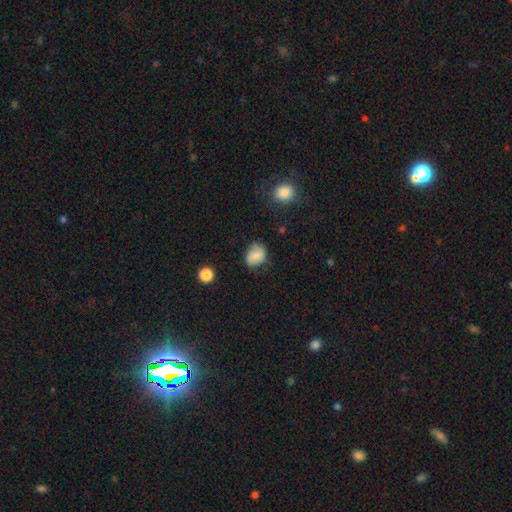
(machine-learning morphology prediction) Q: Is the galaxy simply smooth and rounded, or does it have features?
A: smooth — 78%.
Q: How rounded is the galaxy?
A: in between — 52%.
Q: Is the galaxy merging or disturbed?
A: none — 69%.